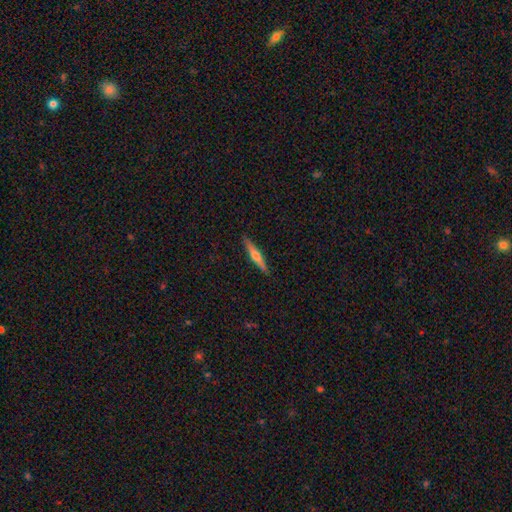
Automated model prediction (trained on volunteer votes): This appears to be a featured or disk galaxy (50%) viewed edge-on (96%). Merging: none (89%).